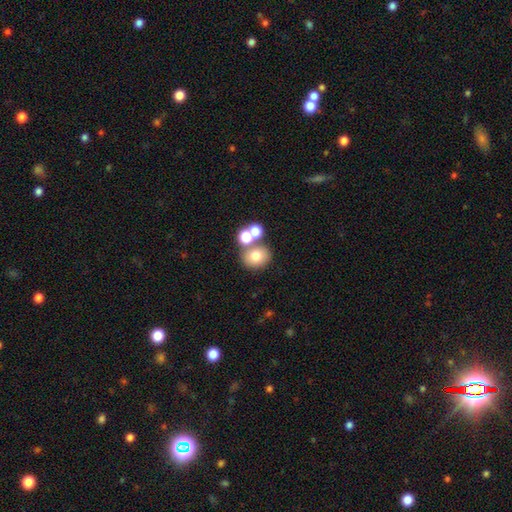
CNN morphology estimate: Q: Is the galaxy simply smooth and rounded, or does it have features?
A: smooth — 71%.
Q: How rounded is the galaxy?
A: round — 70%.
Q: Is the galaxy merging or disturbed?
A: none — 53%.